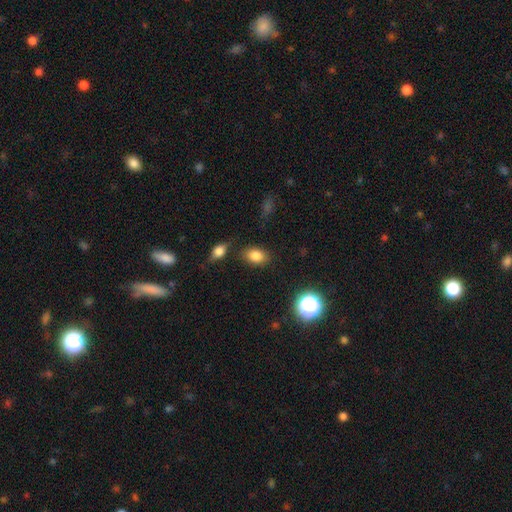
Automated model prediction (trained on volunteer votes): Morphology: type=smooth (82%); roundness=in between (81%); merging=none (79%).